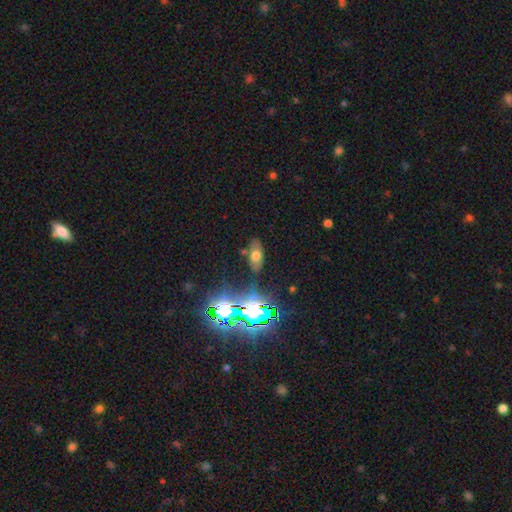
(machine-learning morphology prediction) A smooth galaxy with no disk features (53%) that is in between round and cigar-shaped (85%). Merging: none (74%).